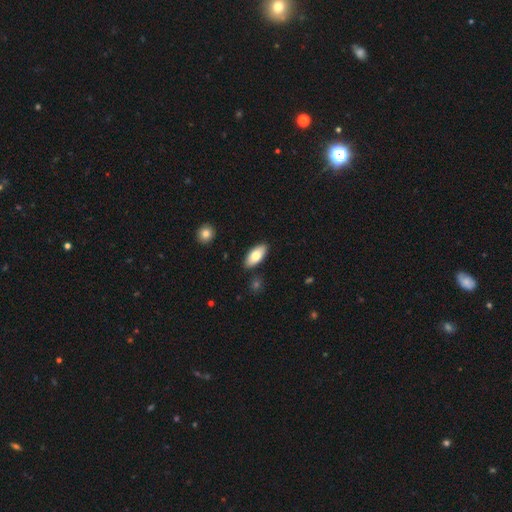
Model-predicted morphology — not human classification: Smooth or featured?
  - smooth: 76% *
  - featured or disk: 18%
  - star or artifact: 6%
How rounded?
  - in between: 90% *
  - cigar-shaped: 8%
  - round: 2%
Merging?
  - none: 88% *
  - minor disturbance: 8%
  - merger: 2%
  - major disturbance: 2%